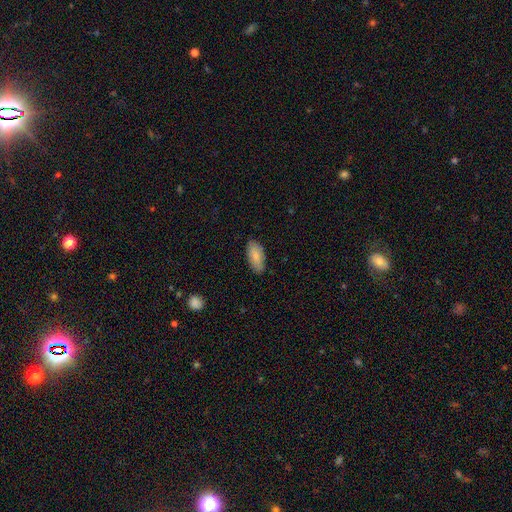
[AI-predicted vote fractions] Morphology: type=smooth (82%); roundness=in between (90%); merging=none (82%).